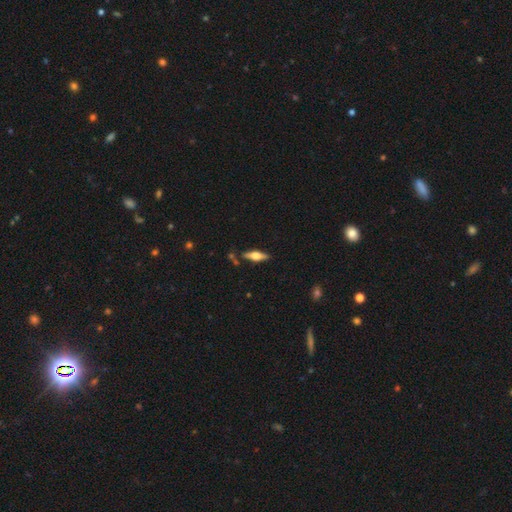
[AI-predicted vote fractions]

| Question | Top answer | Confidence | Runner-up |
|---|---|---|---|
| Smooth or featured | featured or disk | 51% | smooth (42%) |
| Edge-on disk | yes | 93% | no (7%) |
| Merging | none | 80% | minor disturbance (12%) |